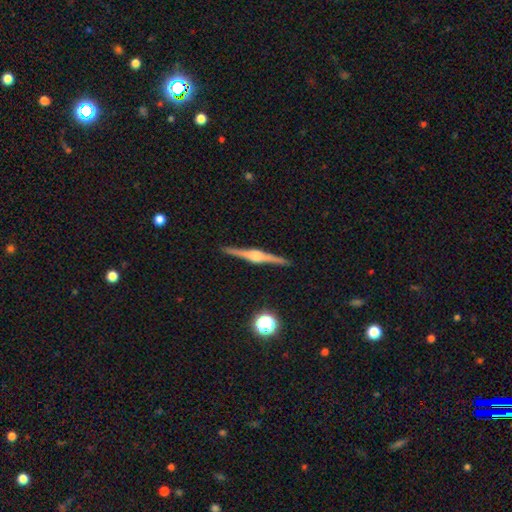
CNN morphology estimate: Smooth or featured? Predicted: featured or disk (p=0.85). Edge-on disk? Predicted: yes (p=0.98). Edge-on bulge? Predicted: rounded (p=0.82). Merging? Predicted: none (p=0.92).